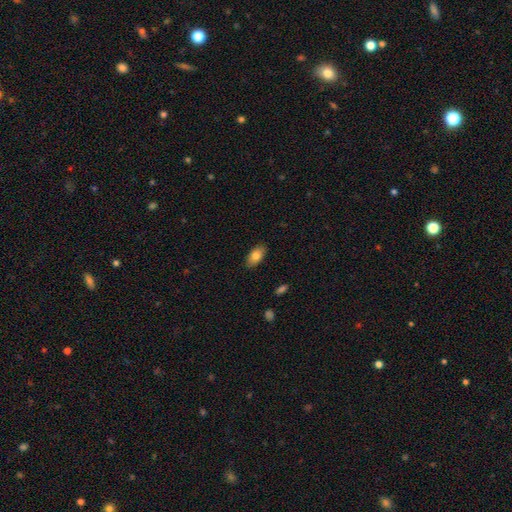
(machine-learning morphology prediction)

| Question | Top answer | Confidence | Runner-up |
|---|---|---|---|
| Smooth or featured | smooth | 81% | featured or disk (11%) |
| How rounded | in between | 91% | cigar-shaped (5%) |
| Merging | none | 87% | minor disturbance (10%) |